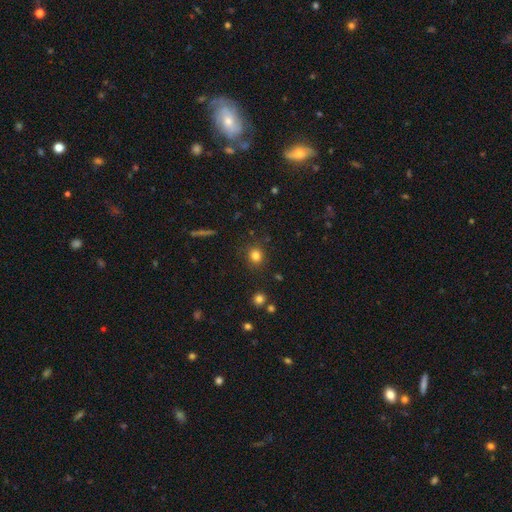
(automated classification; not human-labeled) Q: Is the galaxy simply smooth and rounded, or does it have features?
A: smooth — 81%.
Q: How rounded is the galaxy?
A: round — 83%.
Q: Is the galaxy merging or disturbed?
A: none — 87%.